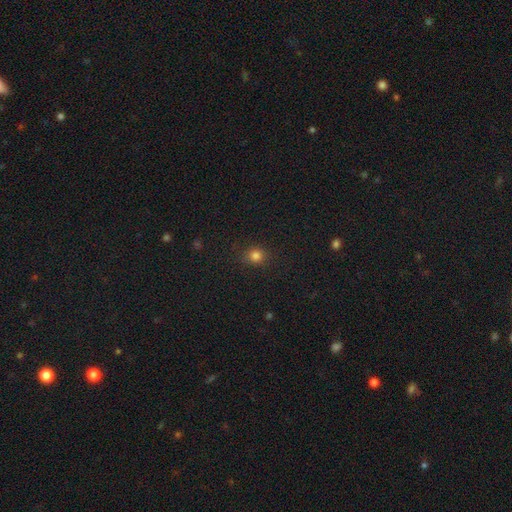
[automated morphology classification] This is clearly a smooth galaxy (80%). How rounded: clearly round (80%). Merging: clearly none (87%).